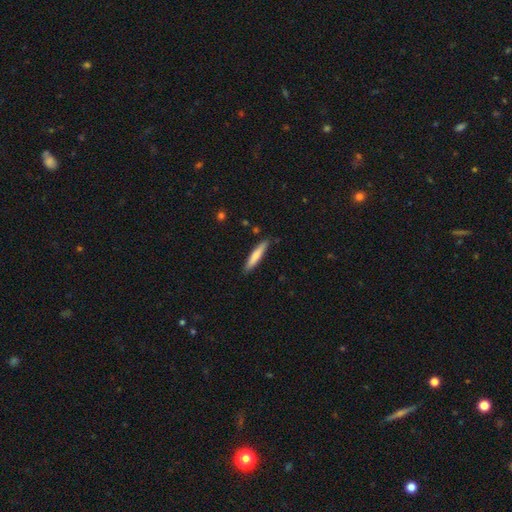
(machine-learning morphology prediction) type=smooth (75%); roundness=cigar-shaped (90%); merging=none (86%).